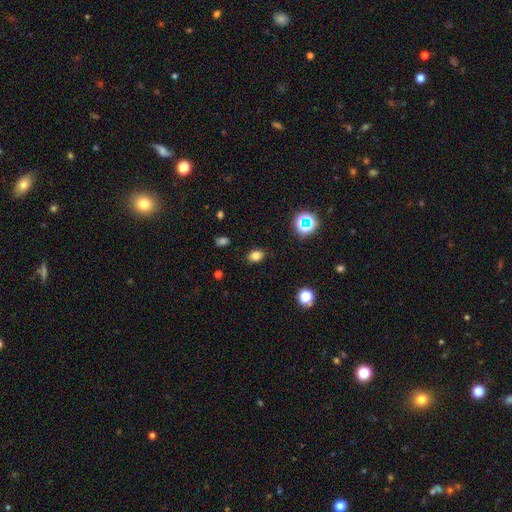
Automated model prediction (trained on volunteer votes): Smooth or featured? Predicted: smooth (p=0.78). How rounded? Predicted: in between (p=0.71). Merging? Predicted: none (p=0.86).